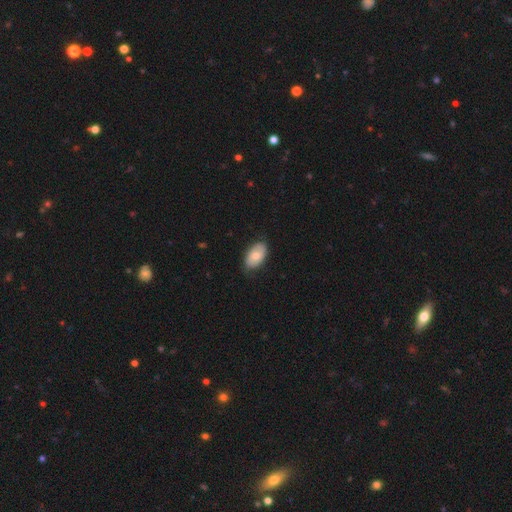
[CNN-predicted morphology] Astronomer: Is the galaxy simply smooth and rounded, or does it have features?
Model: smooth — 66%.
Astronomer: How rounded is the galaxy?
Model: in between — 93%.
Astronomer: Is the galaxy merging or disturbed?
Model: none — 76%.